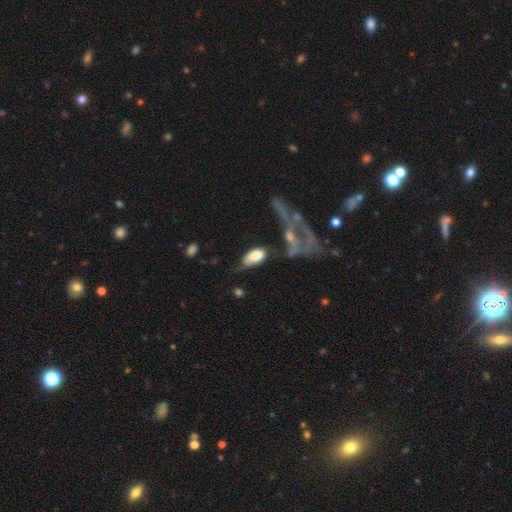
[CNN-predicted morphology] smooth-or-featured: smooth: 74% | featured or disk: 19% | star or artifact: 7%
  how-rounded: in between: 93% | cigar-shaped: 4% | round: 4%
  merging: none: 30% | minor disturbance: 27% | major disturbance: 26% | merger: 17%